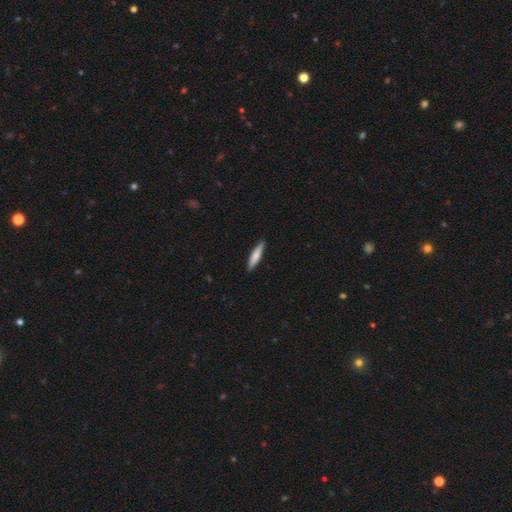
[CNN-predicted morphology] smooth 73%, featured or disk 21%, star or artifact 5%. Down the decision tree: how rounded — cigar-shaped (86%); merging — none (88%).